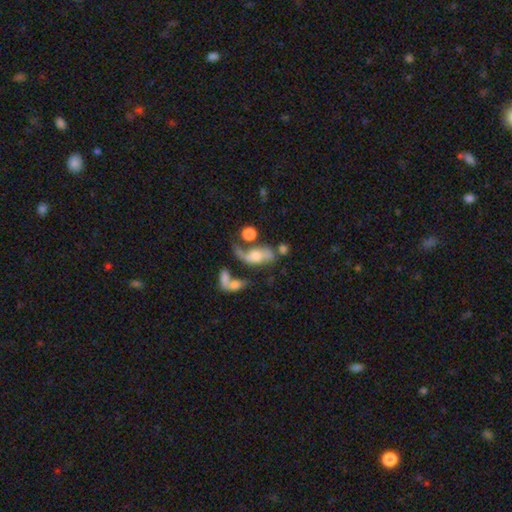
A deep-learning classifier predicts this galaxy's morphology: This appears to be a featured or disk galaxy (57%) with no bar (68%), spiral arms (68%) and a moderate central bulge (49%). Merging: merger (33%).